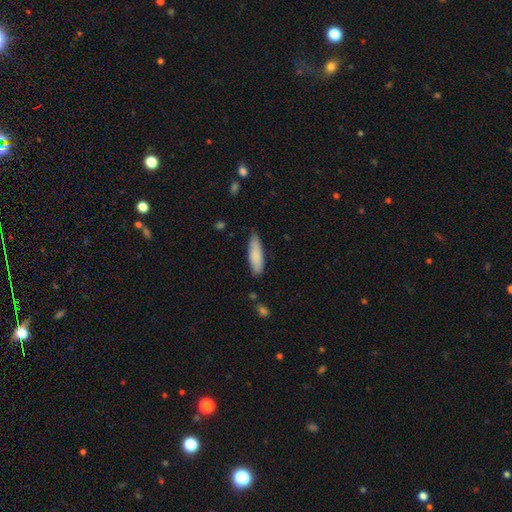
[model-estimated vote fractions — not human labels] smooth_or_featured: smooth (p=0.85) [alt: featured or disk p=0.09]
how_rounded: cigar-shaped (p=0.52) [alt: in between p=0.46]
merging: none (p=0.75) [alt: minor disturbance p=0.21]